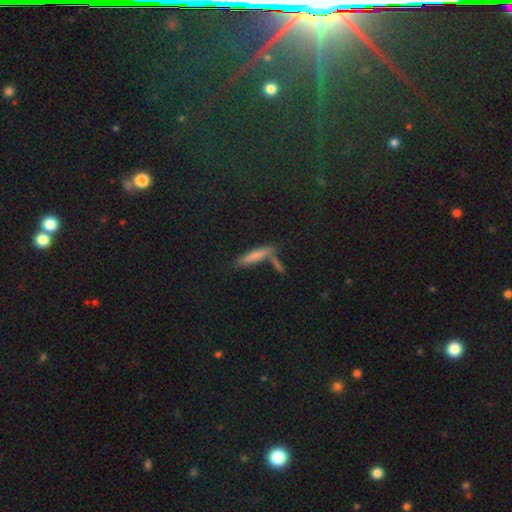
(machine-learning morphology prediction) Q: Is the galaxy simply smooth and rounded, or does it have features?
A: smooth — 70%.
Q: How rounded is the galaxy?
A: cigar-shaped — 84%.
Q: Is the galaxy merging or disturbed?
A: none — 58%.